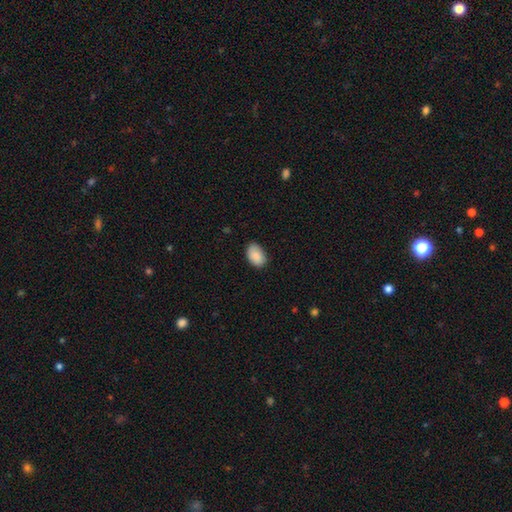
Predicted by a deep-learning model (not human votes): A smooth galaxy with no disk features (89%) that is in between round and cigar-shaped (91%).

Vote fractions:
- Smooth or featured? smooth: 89% / star or artifact: 7% / featured or disk: 4%
- How rounded? in between: 91% / round: 8% / cigar-shaped: 1%
- Merging? none: 82% / minor disturbance: 14% / major disturbance: 2% / merger: 1%